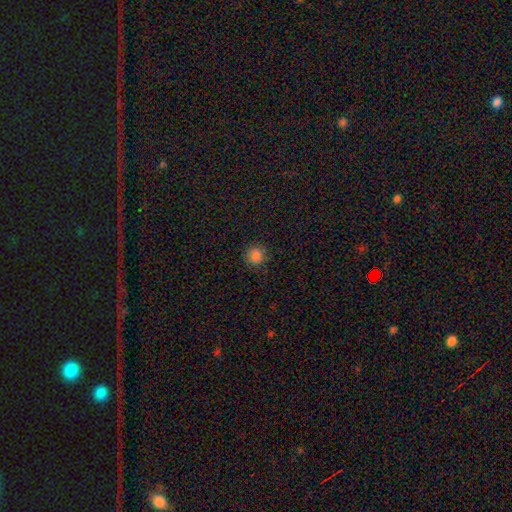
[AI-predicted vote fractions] This appears to be a smooth galaxy with no disk features (85%) that is round (89%). Merging: none (87%).